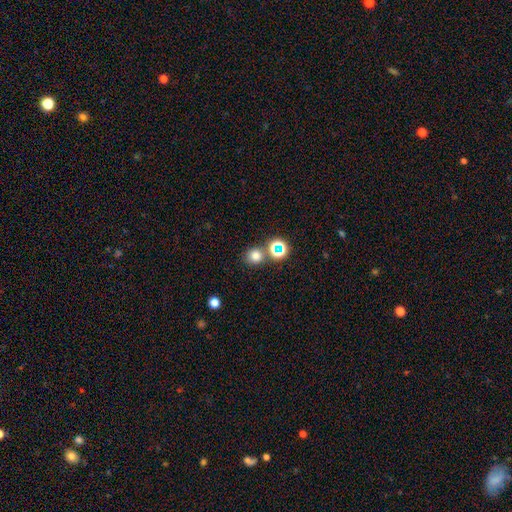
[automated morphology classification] This is likely a smooth galaxy (74%). How rounded: clearly round (84%). Merging: likely none (72%).